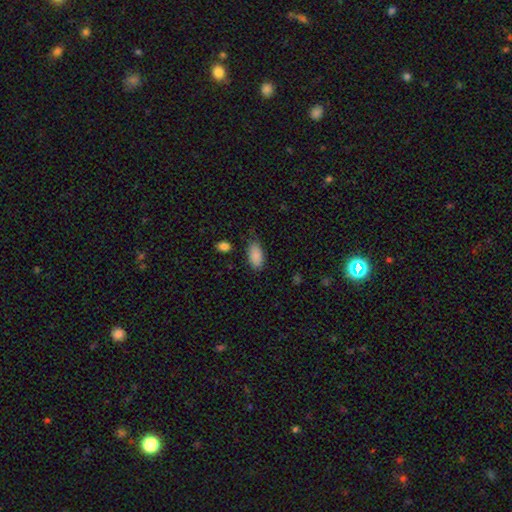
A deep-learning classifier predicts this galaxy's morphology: Smooth or featured?
  - smooth: 88% *
  - star or artifact: 7%
  - featured or disk: 5%
How rounded?
  - in between: 93% *
  - cigar-shaped: 4%
  - round: 3%
Merging?
  - none: 71% *
  - minor disturbance: 22%
  - major disturbance: 5%
  - merger: 2%